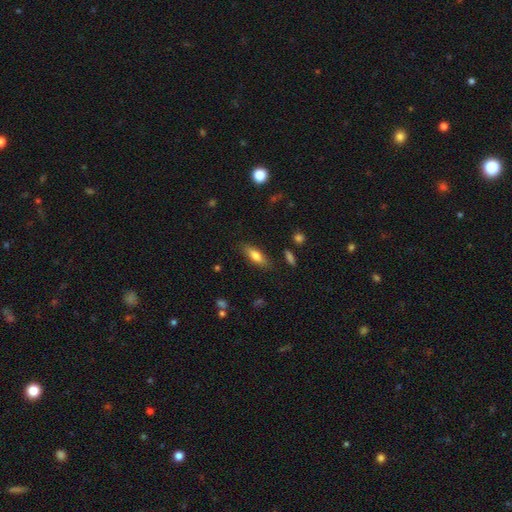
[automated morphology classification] Smooth or featured? Predicted: smooth (p=0.71). How rounded? Predicted: in between (p=0.56). Merging? Predicted: none (p=0.83).